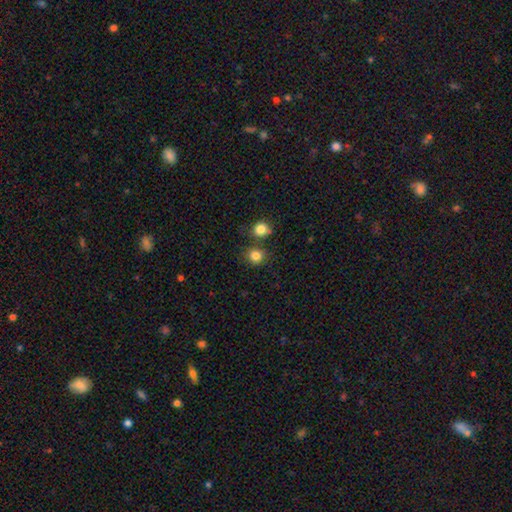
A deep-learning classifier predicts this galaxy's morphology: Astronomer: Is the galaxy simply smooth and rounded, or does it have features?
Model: smooth — 84%.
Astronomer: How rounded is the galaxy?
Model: round — 84%.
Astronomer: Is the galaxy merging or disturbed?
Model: none — 73%.